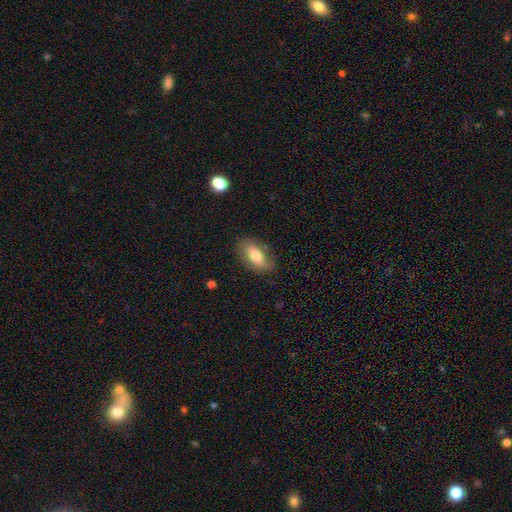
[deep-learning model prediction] smooth-or-featured: smooth: 66% | featured or disk: 27% | star or artifact: 7%
  how-rounded: in between: 84% | cigar-shaped: 11% | round: 5%
  merging: none: 75% | minor disturbance: 18% | major disturbance: 5% | merger: 2%